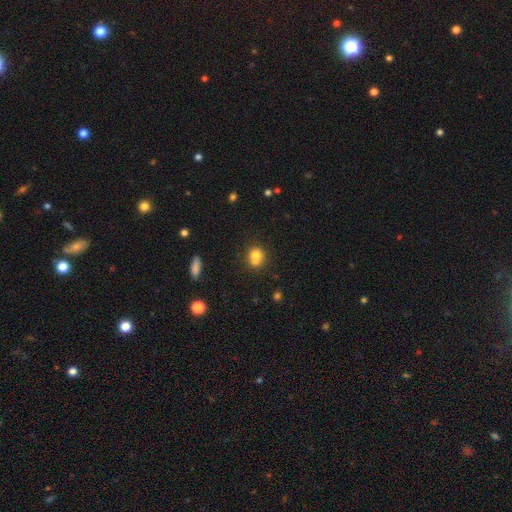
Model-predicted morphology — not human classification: smooth_or_featured: smooth (p=0.72) [alt: featured or disk p=0.15]
how_rounded: round (p=0.76) [alt: in between p=0.23]
merging: merger (p=0.50) [alt: none p=0.37]